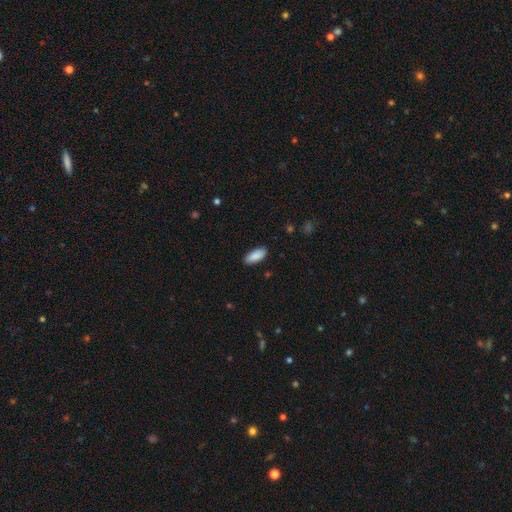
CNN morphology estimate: A smooth galaxy with no disk features (89%) that is in between round and cigar-shaped (83%). Merging: none (87%).